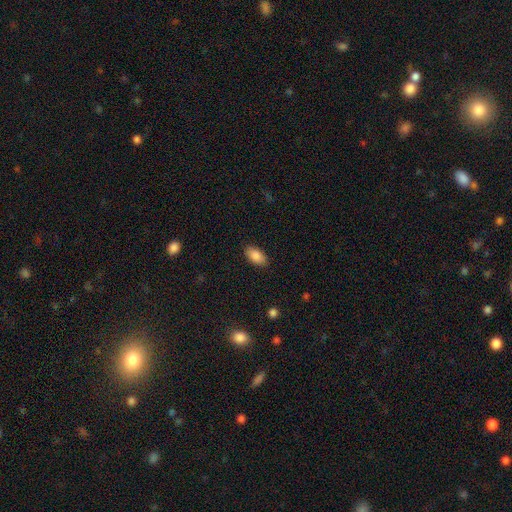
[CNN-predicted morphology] Overall: smooth (86%). How rounded: in between (93%). Merging: none (87%).